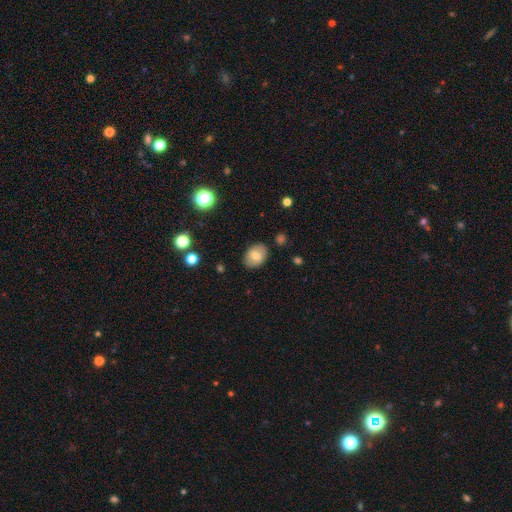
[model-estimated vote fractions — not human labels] Q: Smooth or featured?
A: smooth (73%); runner-up: featured or disk (18%)
Q: How rounded?
A: in between (71%); runner-up: round (28%)
Q: Merging?
A: none (86%); runner-up: minor disturbance (10%)